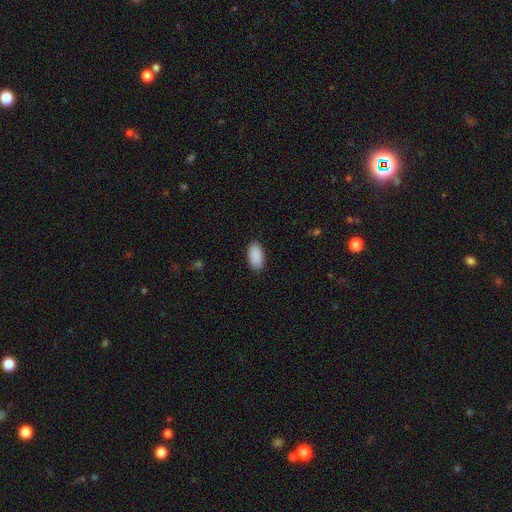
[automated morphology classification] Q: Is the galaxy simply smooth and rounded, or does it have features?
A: smooth — 91%.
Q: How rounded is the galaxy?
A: in between — 95%.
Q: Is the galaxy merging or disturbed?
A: none — 89%.